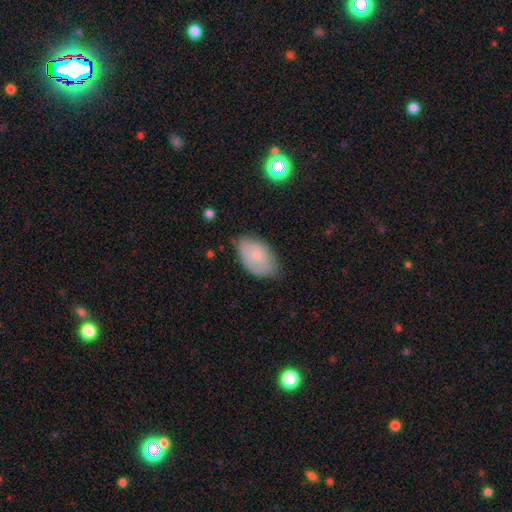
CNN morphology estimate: Overall: smooth (71%). How rounded: in between (92%). Merging: none (67%).